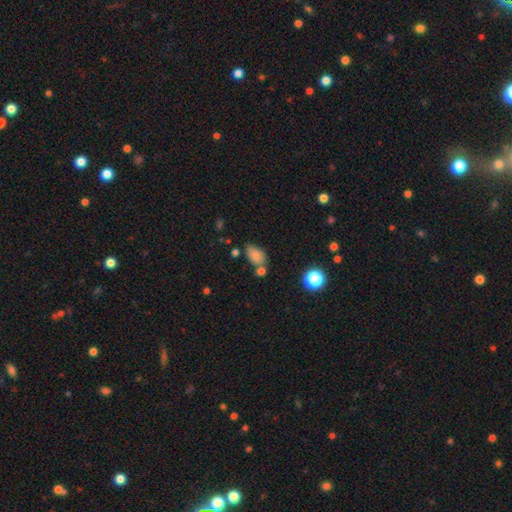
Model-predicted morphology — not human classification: Smooth or featured? Predicted: smooth (p=0.80). How rounded? Predicted: in between (p=0.88). Merging? Predicted: none (p=0.51).